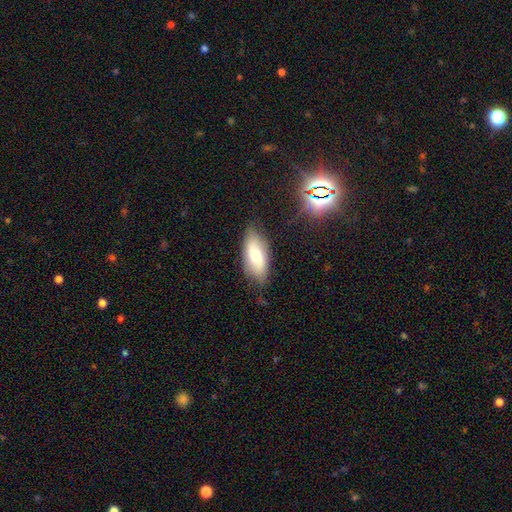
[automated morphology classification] Q: Smooth or featured?
A: smooth (64%); runner-up: featured or disk (28%)
Q: How rounded?
A: in between (86%); runner-up: cigar-shaped (11%)
Q: Merging?
A: none (74%); runner-up: minor disturbance (20%)